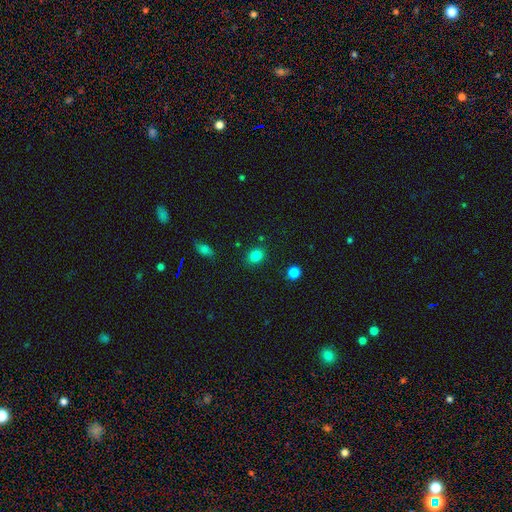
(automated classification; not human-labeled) Smooth or featured? smooth (83%)
How rounded? round (56%)
Merging? none (85%)